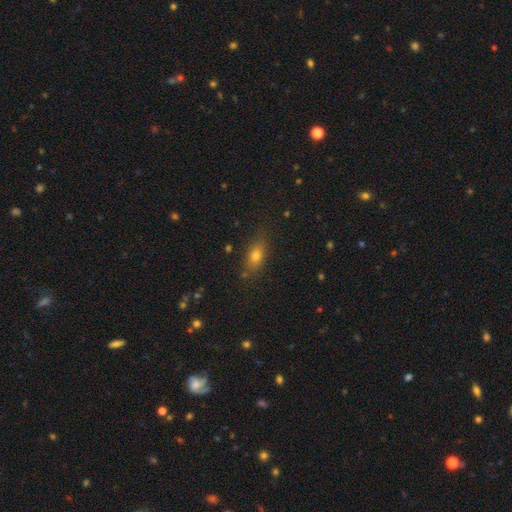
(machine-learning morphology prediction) Smooth or featured? Predicted: smooth (p=0.72). How rounded? Predicted: in between (p=0.72). Merging? Predicted: none (p=0.80).